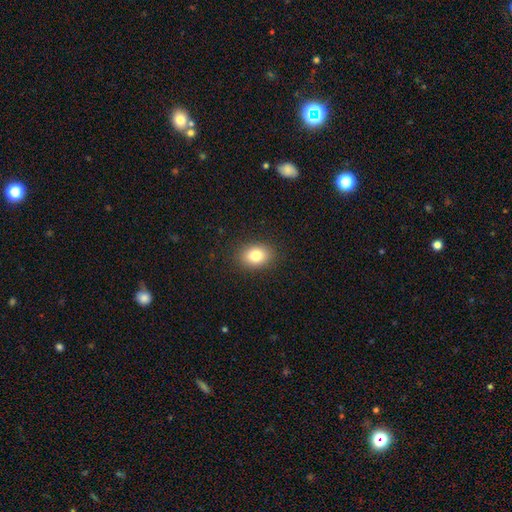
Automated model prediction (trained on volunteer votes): smooth 82%, star or artifact 10%, featured or disk 8%. Down the decision tree: how rounded — in between (66%); merging — none (89%).